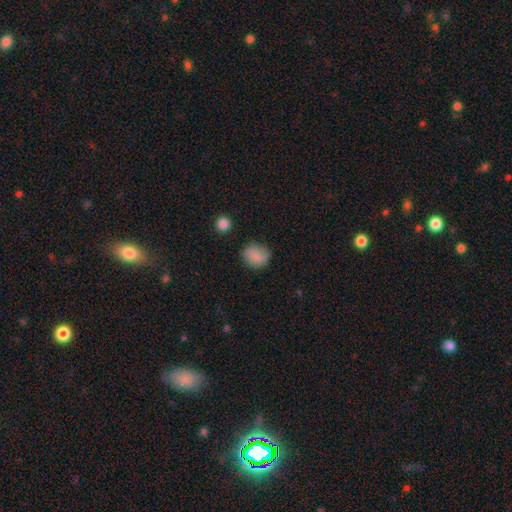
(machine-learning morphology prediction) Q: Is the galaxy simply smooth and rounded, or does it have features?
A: smooth — 83%.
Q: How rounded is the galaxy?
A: round — 63%.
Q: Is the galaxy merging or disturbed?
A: none — 74%.